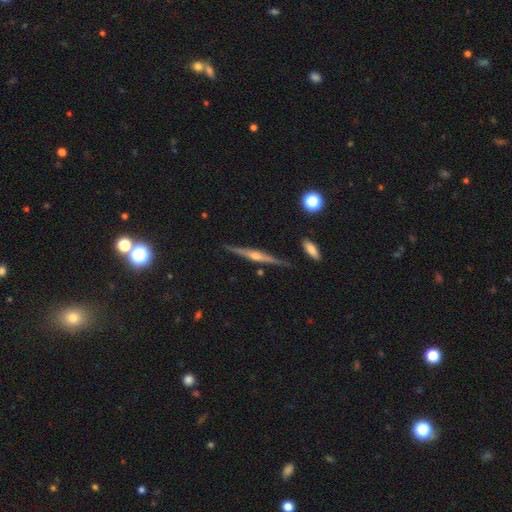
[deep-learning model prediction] Q: Smooth or featured?
A: featured or disk (82%); runner-up: smooth (12%)
Q: Edge-on disk?
A: yes (98%); runner-up: no (2%)
Q: Edge-on bulge?
A: rounded (86%); runner-up: boxy (8%)
Q: Merging?
A: none (88%); runner-up: minor disturbance (8%)